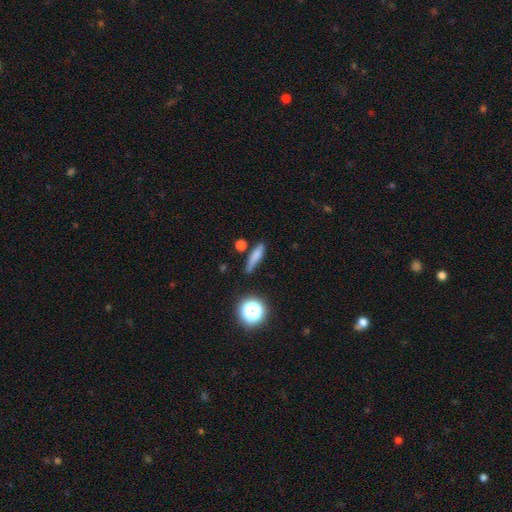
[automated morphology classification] A smooth galaxy with no disk features (73%) that is cigar-shaped (71%). Merging: none (66%).